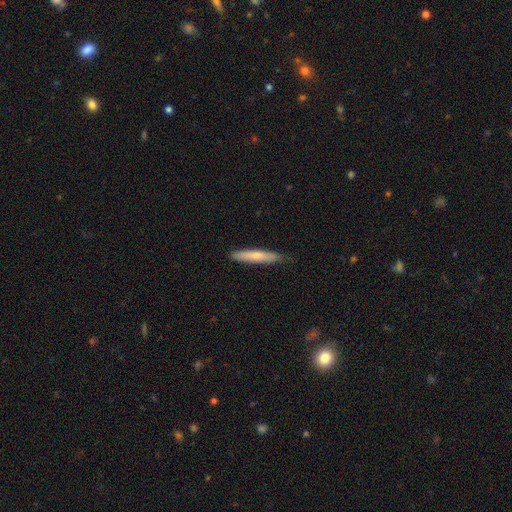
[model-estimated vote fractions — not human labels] smooth-or-featured: smooth: 72% | featured or disk: 23% | star or artifact: 5%
  how-rounded: cigar-shaped: 92% | in between: 7% | round: 1%
  merging: none: 79% | minor disturbance: 18% | major disturbance: 2% | merger: 1%